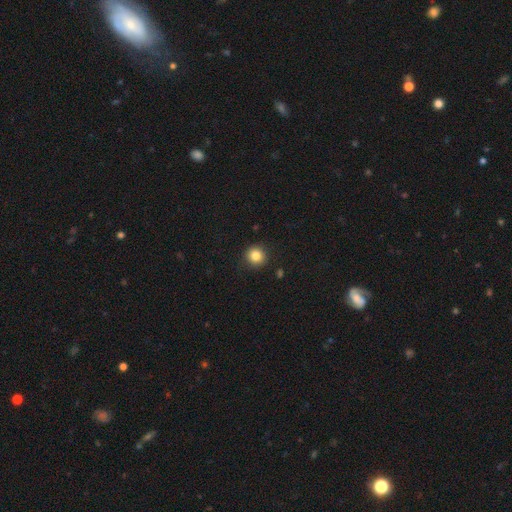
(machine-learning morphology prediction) Smooth or featured? smooth (84%)
How rounded? round (93%)
Merging? none (90%)